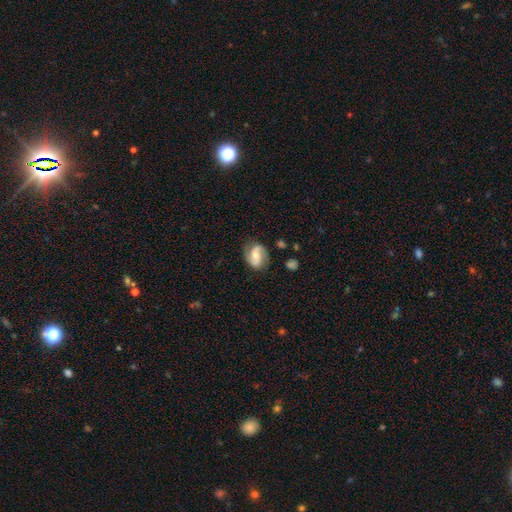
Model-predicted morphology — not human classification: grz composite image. It shows a featured or disk galaxy (75%) with a weak bar (41%), 2 (90%) medium (45%) spiral arms (94%) and a moderate central bulge (50%). Merging: none (76%).